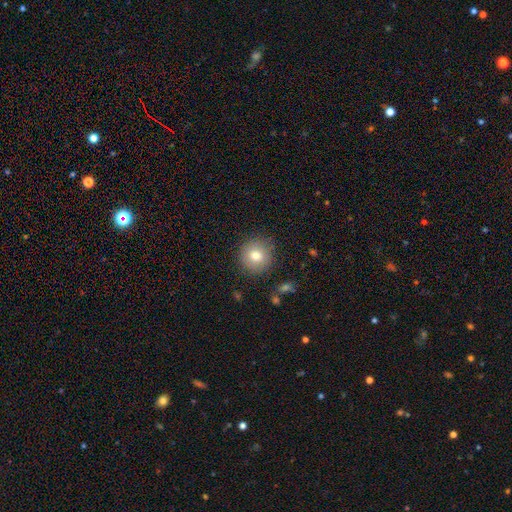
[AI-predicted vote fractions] The model was most divided on "smooth or featured": smooth: 78%, featured or disk: 12%, star or artifact: 10%. More confident: how rounded — round (94%); merging — none (86%).